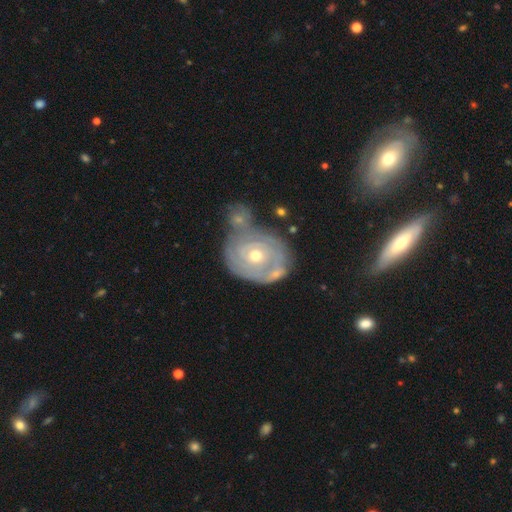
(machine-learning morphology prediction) Q: Smooth or featured?
A: featured or disk (80%); runner-up: smooth (14%)
Q: Edge-on disk?
A: no (97%); runner-up: yes (3%)
Q: Bar?
A: no (80%); runner-up: weak (16%)
Q: Spiral arms?
A: yes (85%); runner-up: no (15%)
Q: Spiral winding?
A: tight (81%); runner-up: medium (14%)
Q: Spiral arm count?
A: can't tell (47%); runner-up: 2 (23%)
Q: Bulge size?
A: moderate (58%); runner-up: small (38%)
Q: Merging?
A: none (40%); runner-up: merger (33%)